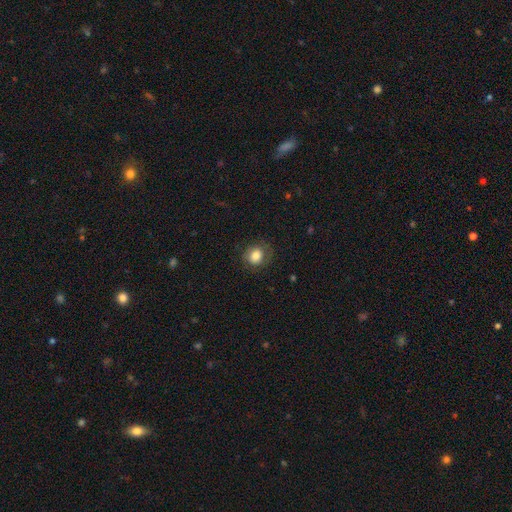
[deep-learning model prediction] Smooth or featured?
  - smooth: 80% *
  - featured or disk: 10%
  - star or artifact: 9%
How rounded?
  - round: 70% *
  - in between: 29%
  - cigar-shaped: 1%
Merging?
  - none: 78% *
  - minor disturbance: 15%
  - major disturbance: 6%
  - merger: 1%